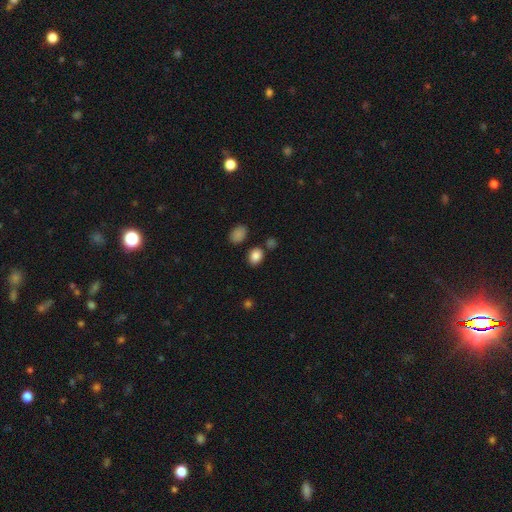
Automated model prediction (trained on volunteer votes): Smooth or featured?
  - smooth: 84% *
  - star or artifact: 10%
  - featured or disk: 5%
How rounded?
  - in between: 68% *
  - round: 31%
  - cigar-shaped: 1%
Merging?
  - none: 79% *
  - minor disturbance: 11%
  - merger: 7%
  - major disturbance: 3%